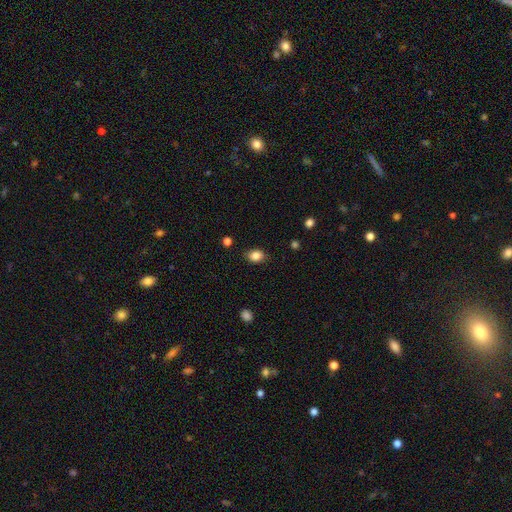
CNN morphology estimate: Overall: smooth (86%). How rounded: in between (70%). Merging: none (83%).